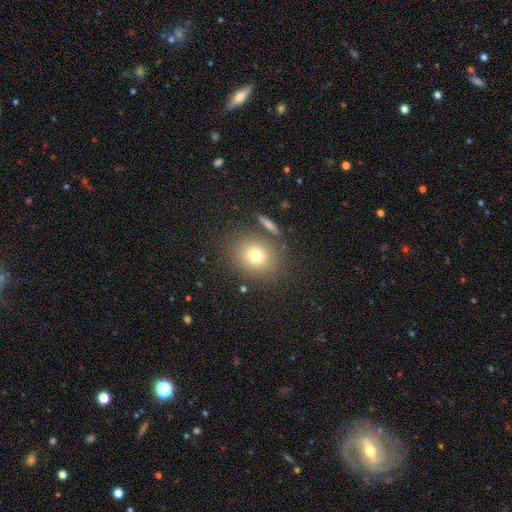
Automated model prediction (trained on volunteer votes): This is likely a smooth galaxy (75%). How rounded: likely round (70%). Merging: likely none (78%).